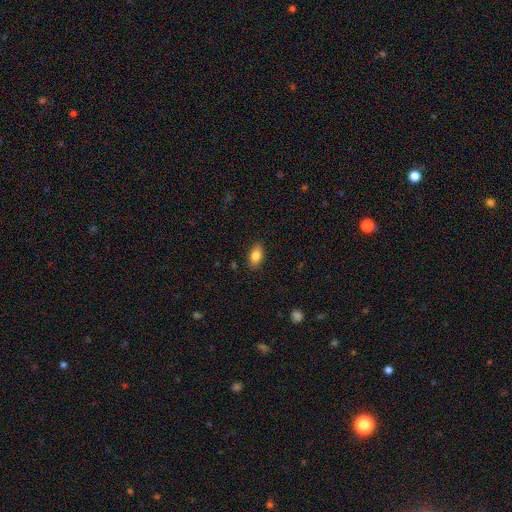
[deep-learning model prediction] Q: Smooth or featured?
A: smooth (85%); runner-up: featured or disk (8%)
Q: How rounded?
A: in between (90%); runner-up: round (6%)
Q: Merging?
A: none (87%); runner-up: minor disturbance (9%)